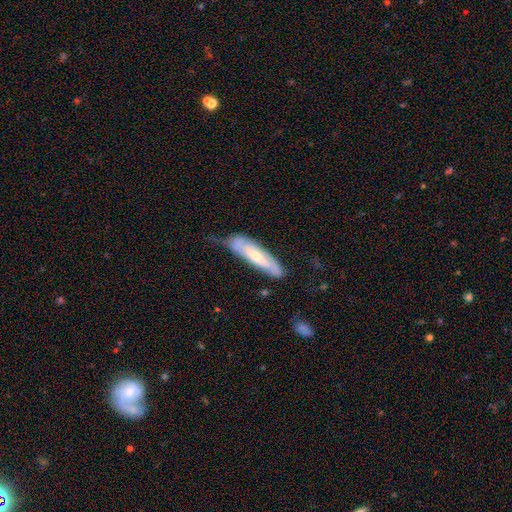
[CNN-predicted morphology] featured or disk 49%, smooth 45%, star or artifact 6%. Down the decision tree: merging — none (48%).